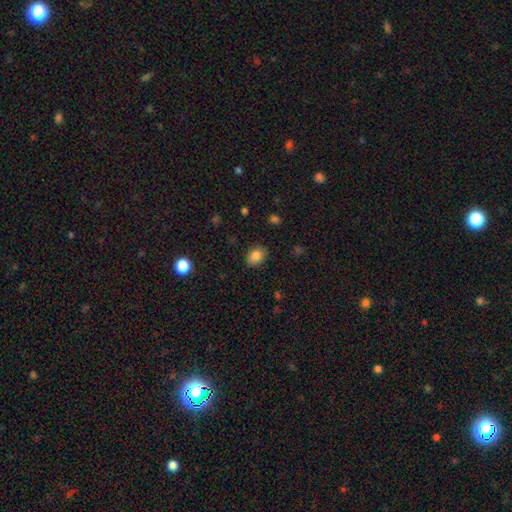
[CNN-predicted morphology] A smooth galaxy with no disk features (85%) that is in between round and cigar-shaped (59%). Merging: none (86%).